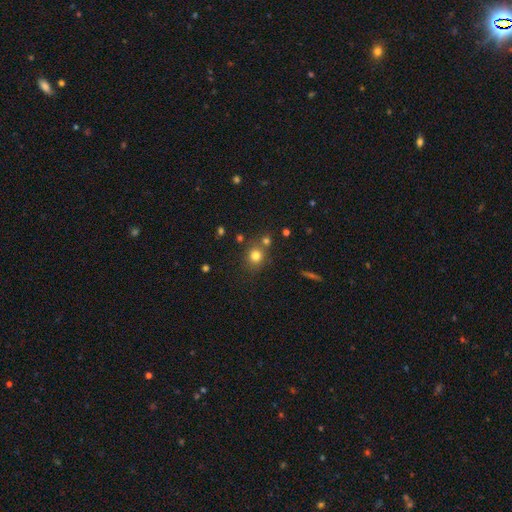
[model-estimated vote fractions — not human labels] Smooth or featured?
  - smooth: 78% *
  - star or artifact: 14%
  - featured or disk: 8%
How rounded?
  - round: 83% *
  - in between: 16%
  - cigar-shaped: 1%
Merging?
  - none: 70% *
  - merger: 16%
  - minor disturbance: 10%
  - major disturbance: 4%